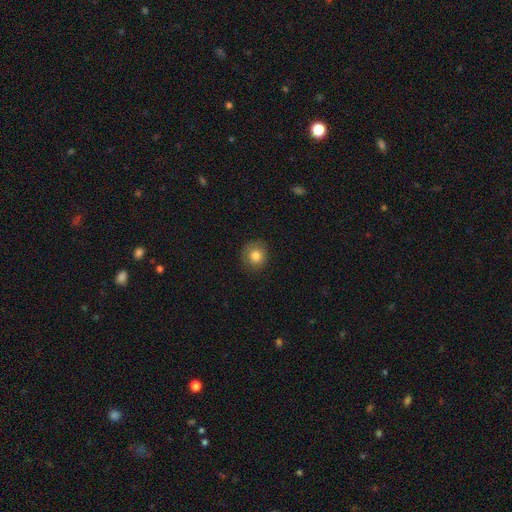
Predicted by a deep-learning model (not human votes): Smooth or featured? Predicted: smooth (p=0.81). How rounded? Predicted: round (p=0.88). Merging? Predicted: none (p=0.84).